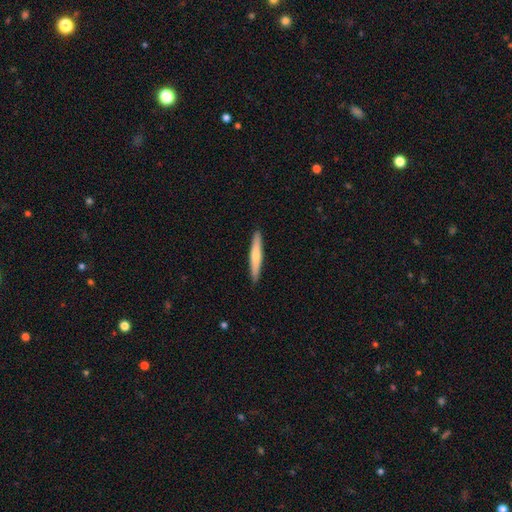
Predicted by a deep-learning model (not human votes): Overall: smooth (59%; featured or disk 36%). How rounded: cigar-shaped (94%). Merging: none (91%).